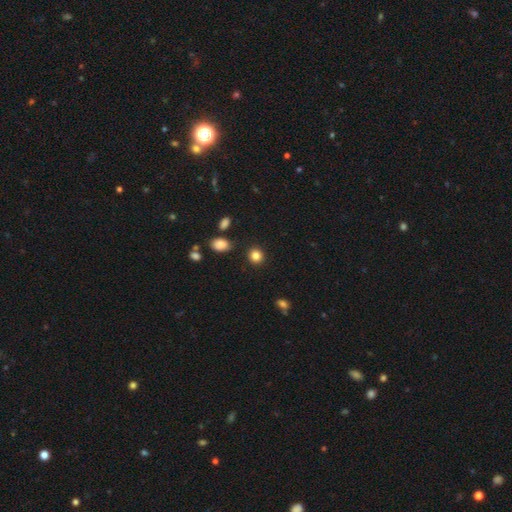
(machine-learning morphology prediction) Smooth or featured?
  - smooth: 84% *
  - star or artifact: 11%
  - featured or disk: 5%
How rounded?
  - round: 85% *
  - in between: 14%
  - cigar-shaped: 1%
Merging?
  - none: 89% *
  - minor disturbance: 7%
  - major disturbance: 2%
  - merger: 2%